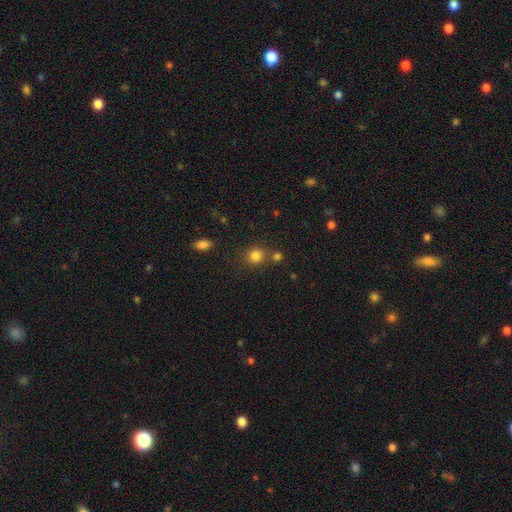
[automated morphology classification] type=smooth (82%); roundness=round (84%); merging=none (70%).